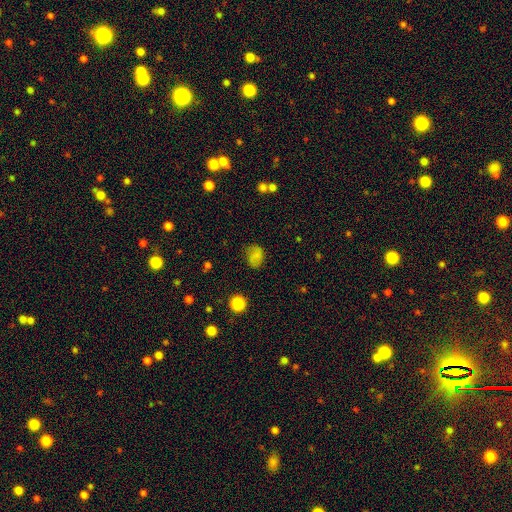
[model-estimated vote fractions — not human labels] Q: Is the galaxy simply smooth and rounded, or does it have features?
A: smooth — 72%.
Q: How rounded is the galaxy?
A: in between — 58%.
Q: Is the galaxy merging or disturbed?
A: none — 70%.